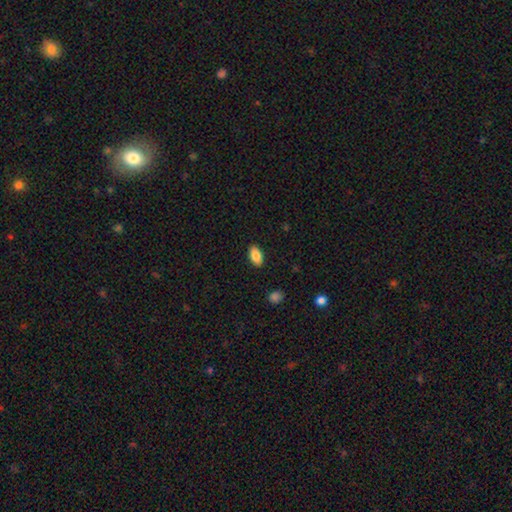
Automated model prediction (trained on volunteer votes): Smooth or featured? smooth (83%)
How rounded? in between (92%)
Merging? none (89%)